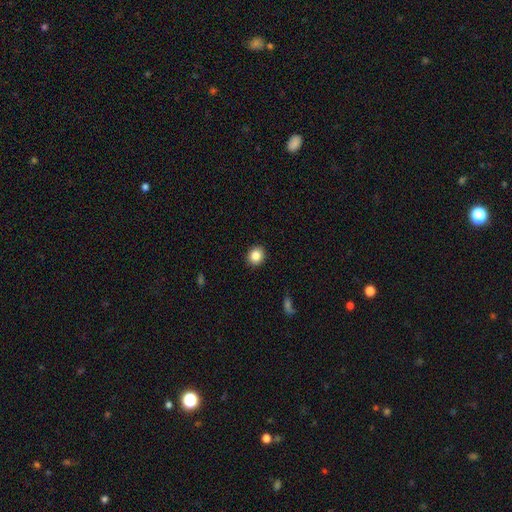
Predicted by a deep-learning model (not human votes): A smooth galaxy with no disk features (85%) that is round (73%). Merging: none (92%).